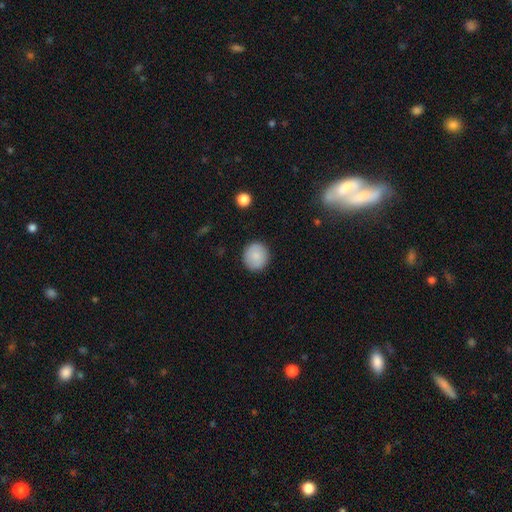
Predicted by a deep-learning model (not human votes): This is clearly a smooth galaxy (85%). How rounded: clearly round (89%). Merging: clearly none (90%).